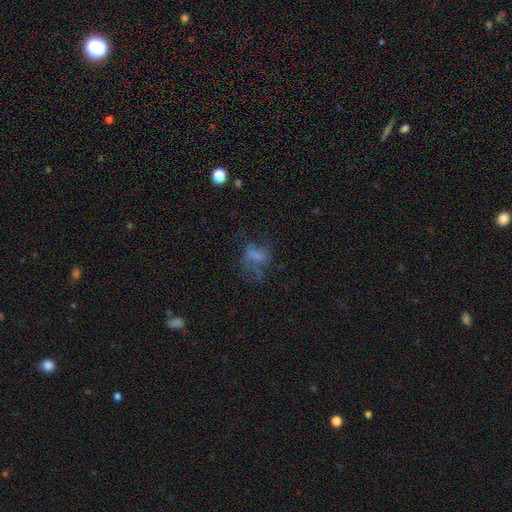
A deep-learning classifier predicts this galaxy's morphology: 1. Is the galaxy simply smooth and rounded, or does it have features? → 44% smooth, 36% featured or disk, 20% star or artifact.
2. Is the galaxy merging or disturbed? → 39% major disturbance, 38% none, 19% minor disturbance, 4% merger.